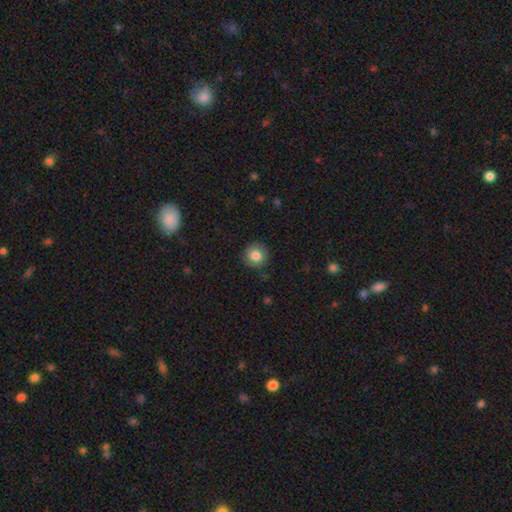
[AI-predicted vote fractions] Smooth or featured? Predicted: smooth (p=0.82). How rounded? Predicted: round (p=0.93). Merging? Predicted: none (p=0.89).